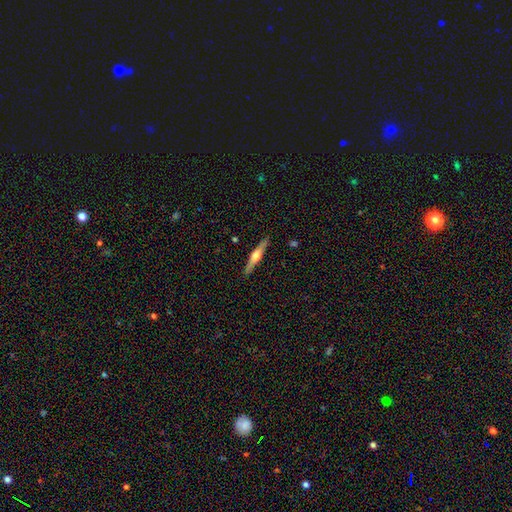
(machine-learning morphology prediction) Q: Smooth or featured?
A: featured or disk (67%); runner-up: smooth (28%)
Q: Edge-on disk?
A: yes (98%); runner-up: no (2%)
Q: Edge-on bulge?
A: rounded (92%); runner-up: boxy (4%)
Q: Merging?
A: none (91%); runner-up: minor disturbance (7%)